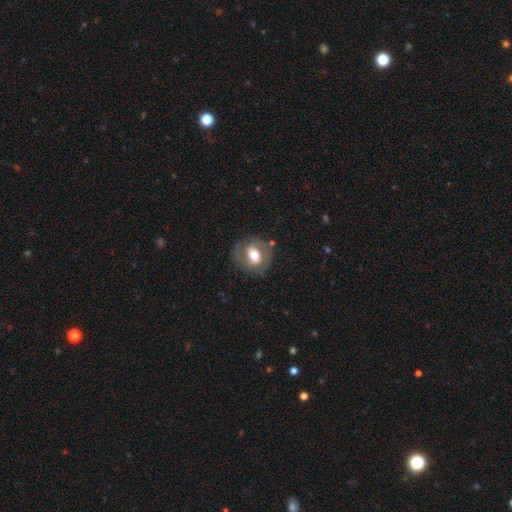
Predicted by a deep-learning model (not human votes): smooth-or-featured: featured or disk: 56% | smooth: 36% | star or artifact: 8%
  disk-edge-on: no: 95% | yes: 5%
    bar: no: 42% | weak: 37% | strong: 21%
    has-spiral-arms: yes: 60% | no: 40%
    bulge-size: moderate: 62% | large: 27% | small: 7% | dominant: 2% | none: 1%
  merging: none: 73% | minor disturbance: 17% | major disturbance: 8% | merger: 2%